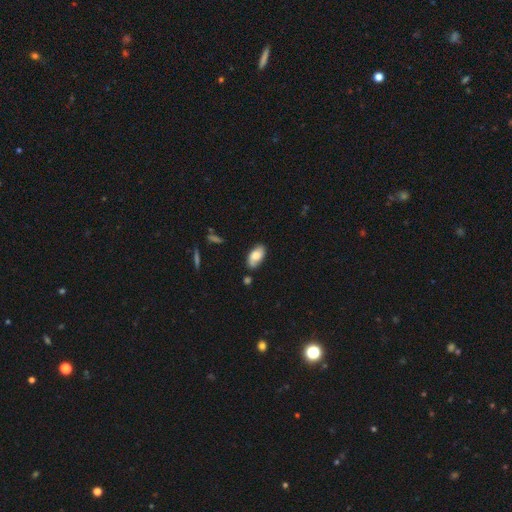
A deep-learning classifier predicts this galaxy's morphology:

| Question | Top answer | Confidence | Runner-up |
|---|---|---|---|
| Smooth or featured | smooth | 65% | featured or disk (27%) |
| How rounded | in between | 94% | round (4%) |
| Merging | none | 72% | minor disturbance (20%) |